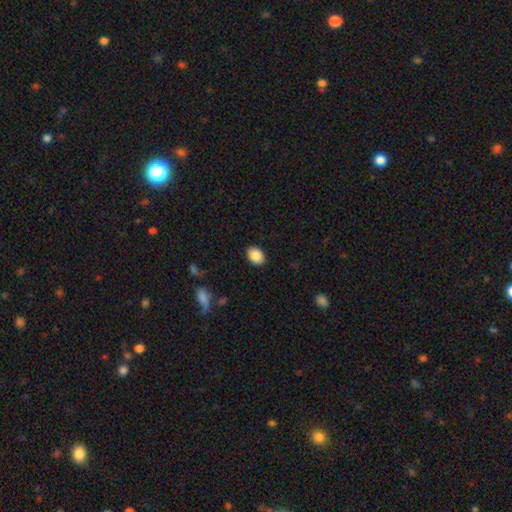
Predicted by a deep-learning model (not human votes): smooth_or_featured: smooth (p=0.87) [alt: star or artifact p=0.08]
how_rounded: in between (p=0.68) [alt: round p=0.31]
merging: none (p=0.89) [alt: minor disturbance p=0.08]